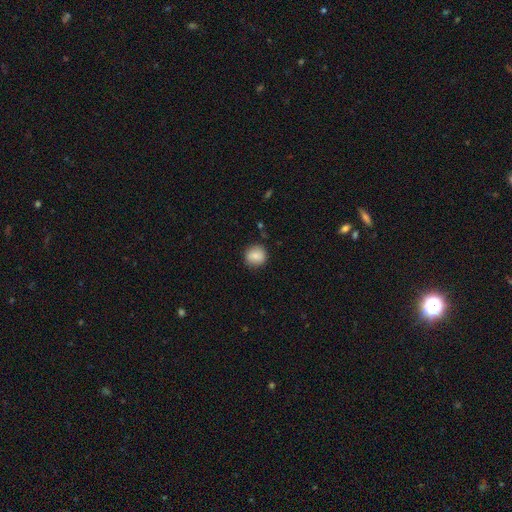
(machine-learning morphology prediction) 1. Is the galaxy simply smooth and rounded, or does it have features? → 84% smooth, 8% star or artifact, 7% featured or disk.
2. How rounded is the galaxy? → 89% round, 10% in between, 1% cigar-shaped.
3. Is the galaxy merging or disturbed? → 86% none, 10% minor disturbance, 2% major disturbance, 1% merger.